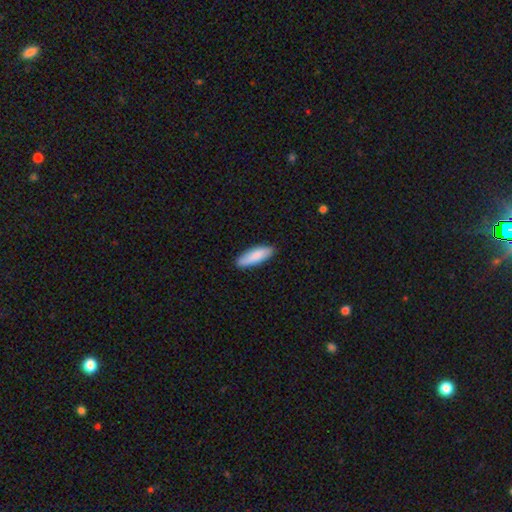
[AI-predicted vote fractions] The model was most divided on "how rounded": in between: 55%, cigar-shaped: 43%, round: 2%. More confident: merging — none (88%); smooth or featured — smooth (86%).